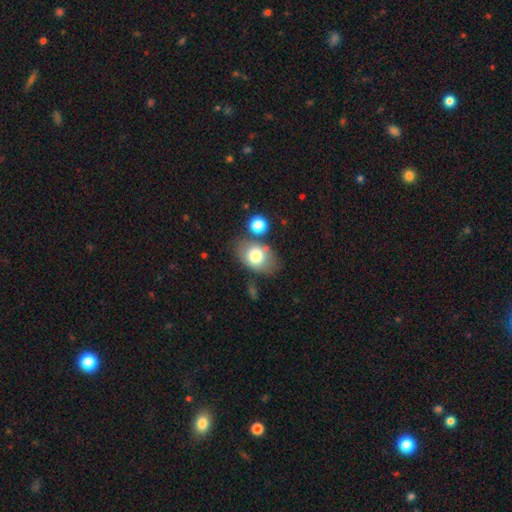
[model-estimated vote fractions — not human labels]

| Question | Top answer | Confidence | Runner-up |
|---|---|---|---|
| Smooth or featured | smooth | 73% | featured or disk (19%) |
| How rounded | in between | 80% | round (19%) |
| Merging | none | 65% | minor disturbance (17%) |